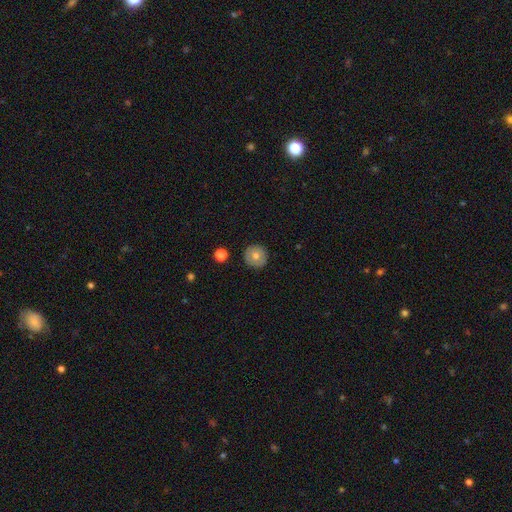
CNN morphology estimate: A smooth galaxy with no disk features (69%) that is round (95%). Merging: none (90%).